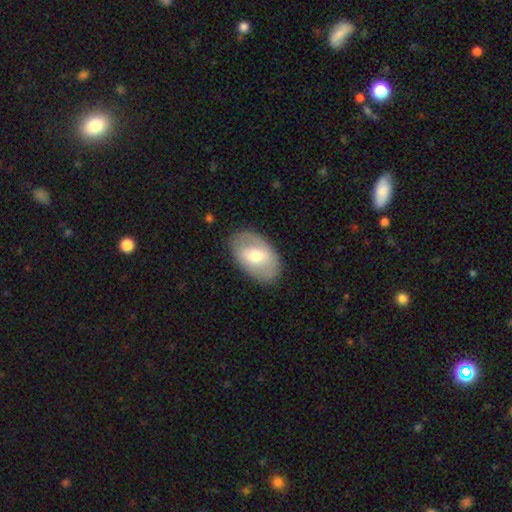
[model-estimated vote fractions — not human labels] Morphology: type=smooth (50%); merging=none (82%).